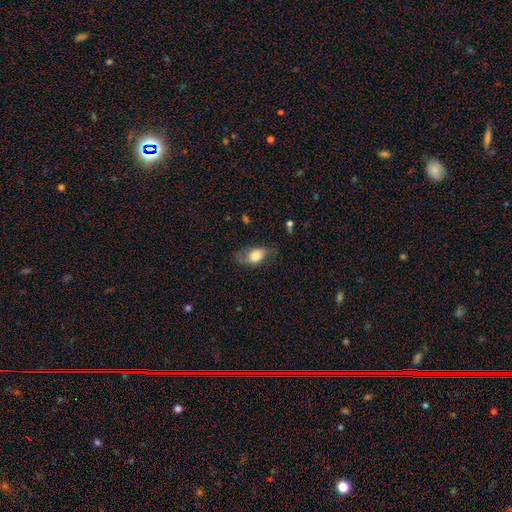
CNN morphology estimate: Overall: smooth (66%; featured or disk 27%). How rounded: in between (84%). Merging: none (54%; minor disturbance 27%).